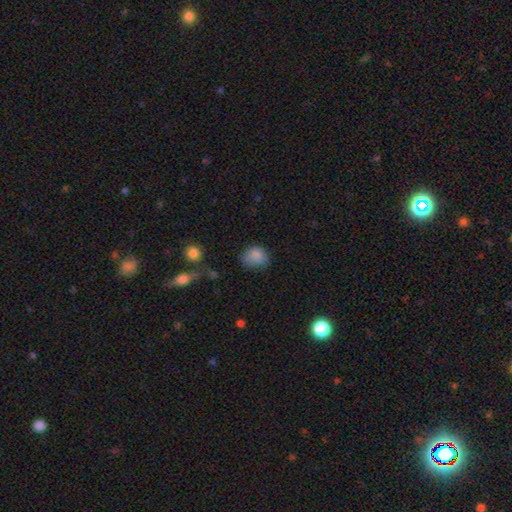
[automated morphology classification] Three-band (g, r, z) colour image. It shows a smooth galaxy with no disk features (82%) that is round (58%). Merging: none (55%).